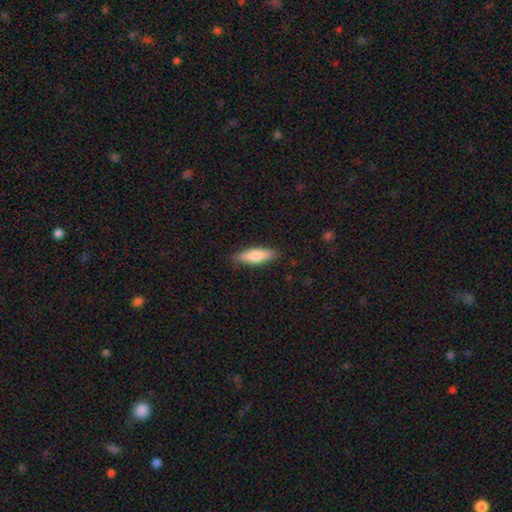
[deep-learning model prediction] This is likely a smooth galaxy (79%). How rounded: possibly cigar-shaped (51%). Merging: clearly none (86%).